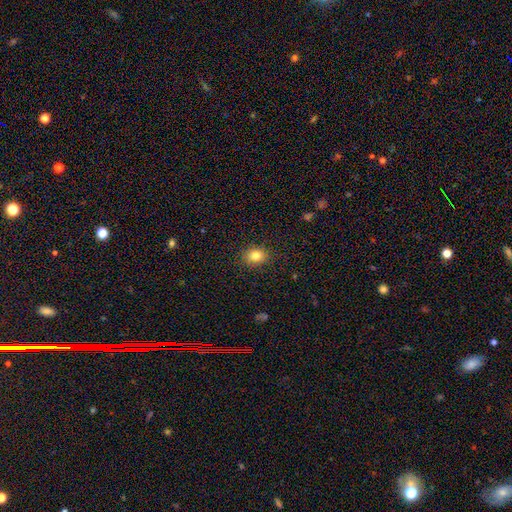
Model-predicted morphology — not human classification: Smooth or featured? Predicted: smooth (p=0.82). How rounded? Predicted: in between (p=0.51). Merging? Predicted: none (p=0.88).